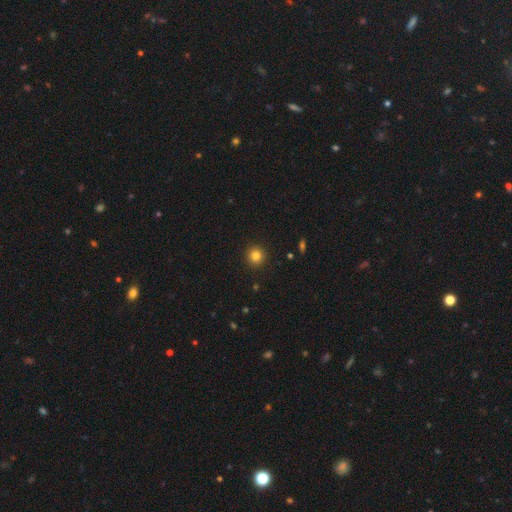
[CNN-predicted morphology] The model was most divided on "smooth or featured": smooth: 83%, star or artifact: 12%, featured or disk: 5%. More confident: how rounded — round (94%); merging — none (93%).